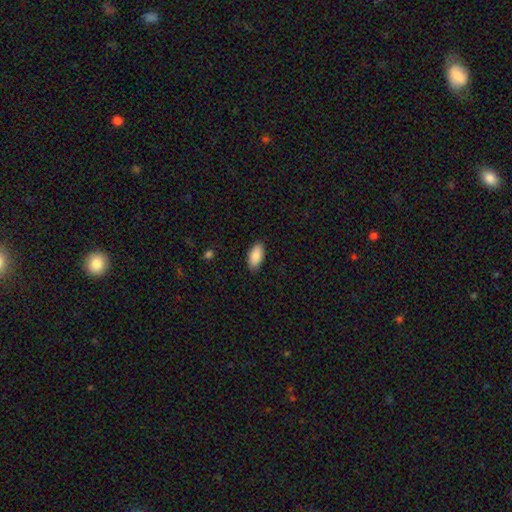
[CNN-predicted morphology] A smooth galaxy with no disk features (89%) that is in between round and cigar-shaped (93%).

Vote fractions:
- Smooth or featured? smooth: 89% / star or artifact: 6% / featured or disk: 5%
- How rounded? in between: 93% / cigar-shaped: 5% / round: 2%
- Merging? none: 88% / minor disturbance: 9% / major disturbance: 2% / merger: 1%